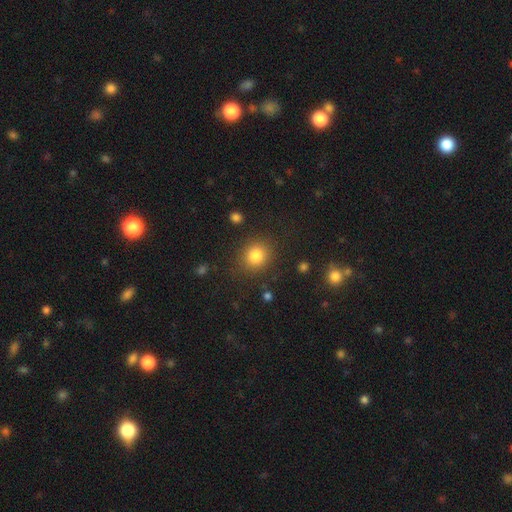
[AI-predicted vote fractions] Smooth or featured?
  - smooth: 83% *
  - star or artifact: 11%
  - featured or disk: 6%
How rounded?
  - round: 79% *
  - in between: 20%
  - cigar-shaped: 1%
Merging?
  - none: 84% *
  - minor disturbance: 9%
  - major disturbance: 4%
  - merger: 2%